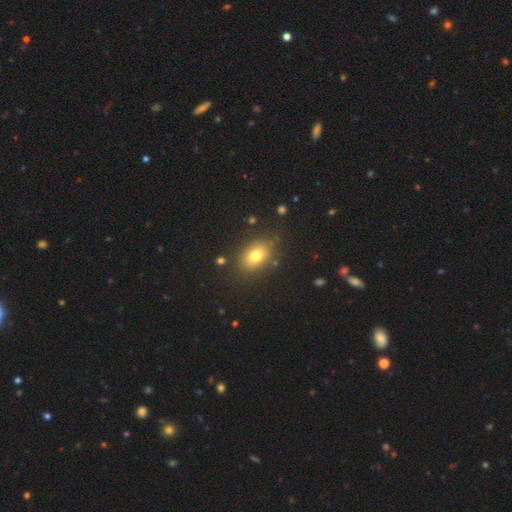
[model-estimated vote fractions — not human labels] Smooth or featured?
  - smooth: 77% *
  - star or artifact: 12%
  - featured or disk: 11%
How rounded?
  - in between: 74% *
  - round: 24%
  - cigar-shaped: 1%
Merging?
  - none: 83% *
  - minor disturbance: 11%
  - major disturbance: 4%
  - merger: 2%